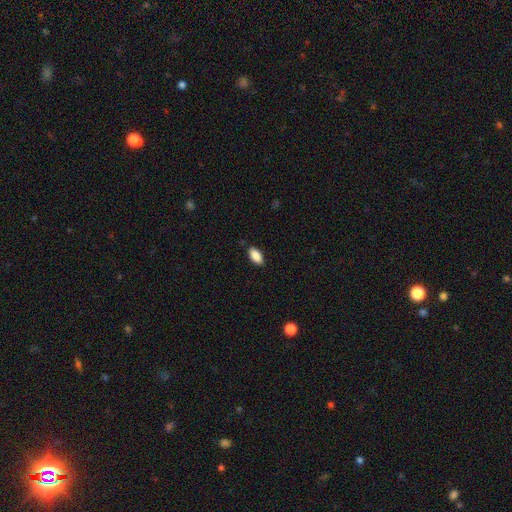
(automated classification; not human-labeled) smooth-or-featured: smooth: 88% | star or artifact: 7% | featured or disk: 5%
  how-rounded: in between: 92% | cigar-shaped: 6% | round: 2%
  merging: none: 87% | minor disturbance: 10% | major disturbance: 2% | merger: 1%